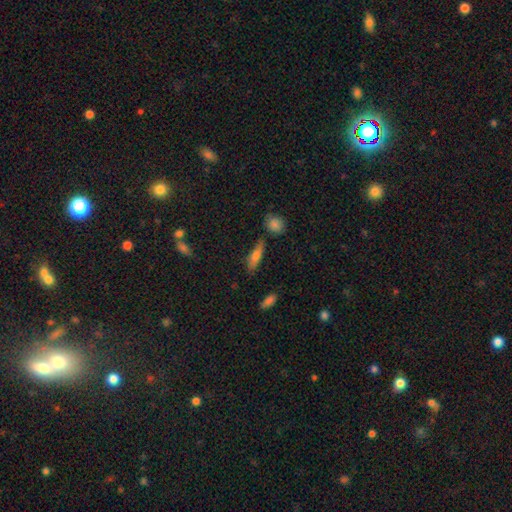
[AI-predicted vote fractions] This appears to be a smooth galaxy with no disk features (64%) that is cigar-shaped (59%). Merging: none (78%).